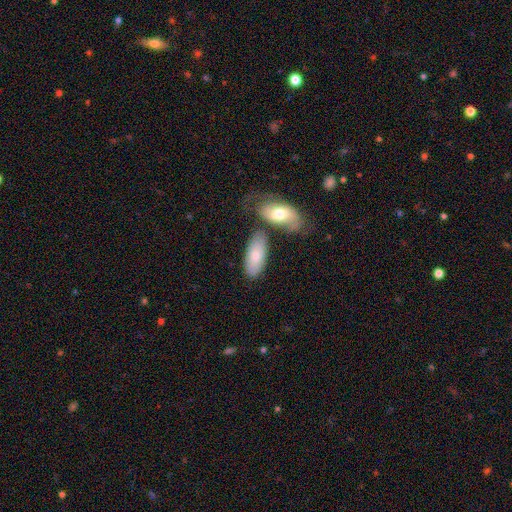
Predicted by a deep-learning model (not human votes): Overall: smooth (75%). How rounded: in between (86%). Merging: none (59%; merger 21%).